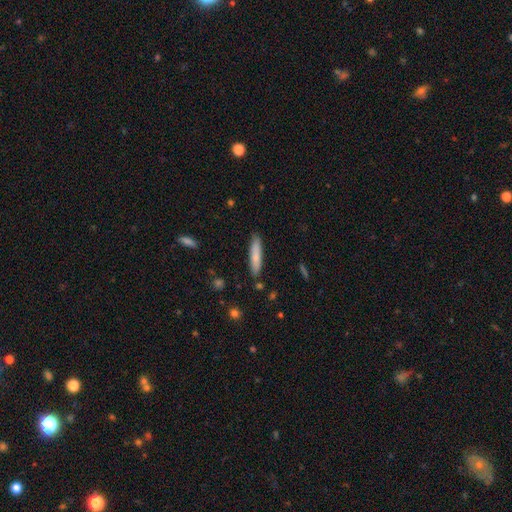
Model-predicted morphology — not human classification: Overall: smooth (76%). How rounded: cigar-shaped (87%). Merging: none (86%).